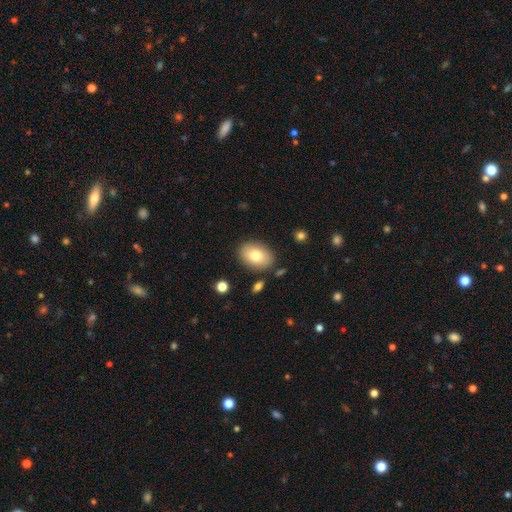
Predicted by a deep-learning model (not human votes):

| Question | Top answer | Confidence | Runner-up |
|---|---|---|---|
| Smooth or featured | smooth | 77% | featured or disk (15%) |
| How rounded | in between | 80% | round (19%) |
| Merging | none | 85% | minor disturbance (10%) |